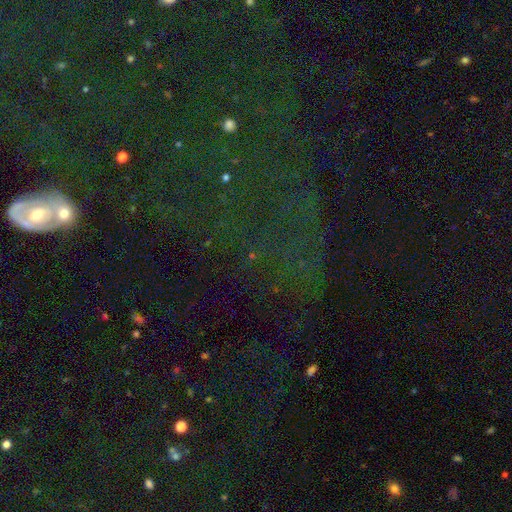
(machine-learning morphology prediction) Smooth or featured? star or artifact (66%)